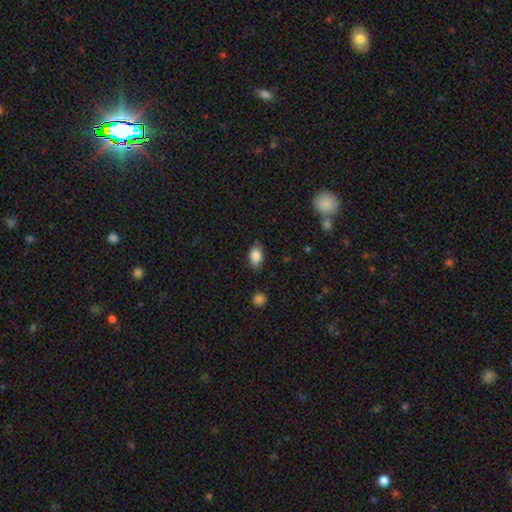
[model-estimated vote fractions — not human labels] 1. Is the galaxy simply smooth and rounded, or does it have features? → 83% smooth, 9% featured or disk, 8% star or artifact.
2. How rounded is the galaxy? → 87% in between, 10% round, 3% cigar-shaped.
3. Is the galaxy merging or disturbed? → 78% none, 18% minor disturbance, 3% major disturbance, 1% merger.